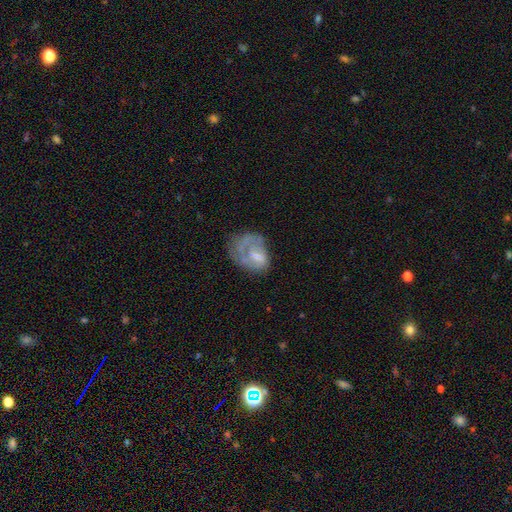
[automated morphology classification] featured or disk 49%, smooth 42%, star or artifact 9%. Down the decision tree: merging — major disturbance (41%).